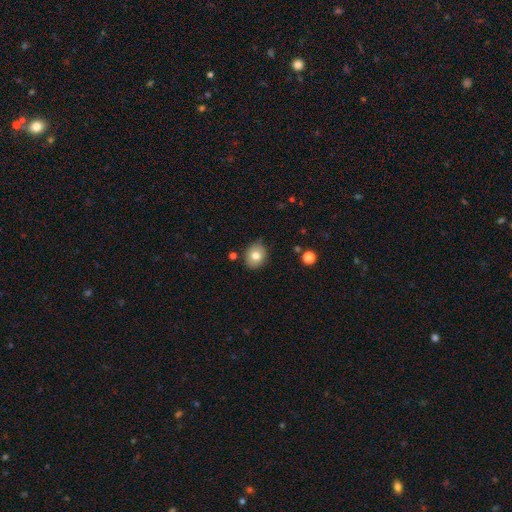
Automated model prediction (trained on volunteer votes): Q: Smooth or featured?
A: smooth (78%); runner-up: featured or disk (13%)
Q: How rounded?
A: round (58%); runner-up: in between (41%)
Q: Merging?
A: none (83%); runner-up: minor disturbance (12%)